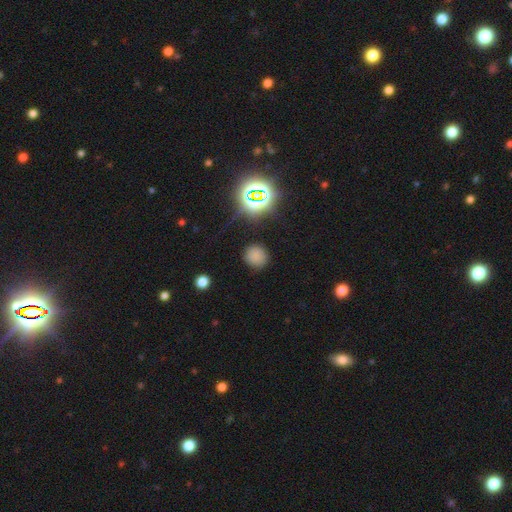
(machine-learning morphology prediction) A smooth galaxy with no disk features (73%) that is round (88%). Merging: none (84%).